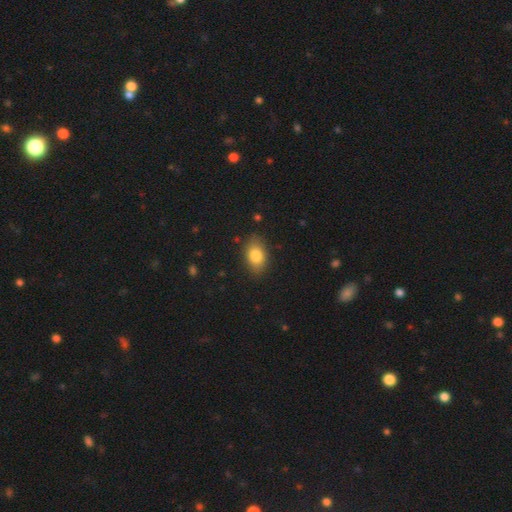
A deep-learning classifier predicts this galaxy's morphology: smooth 82%, featured or disk 10%, star or artifact 8%. Down the decision tree: how rounded — in between (85%); merging — none (83%).